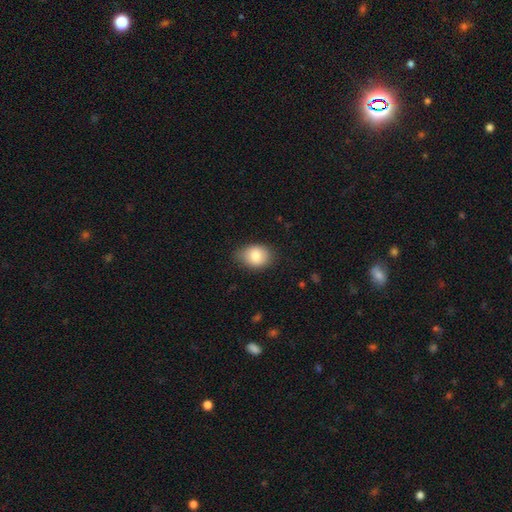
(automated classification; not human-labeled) Overall: smooth (82%). How rounded: in between (64%; round 35%). Merging: none (73%).